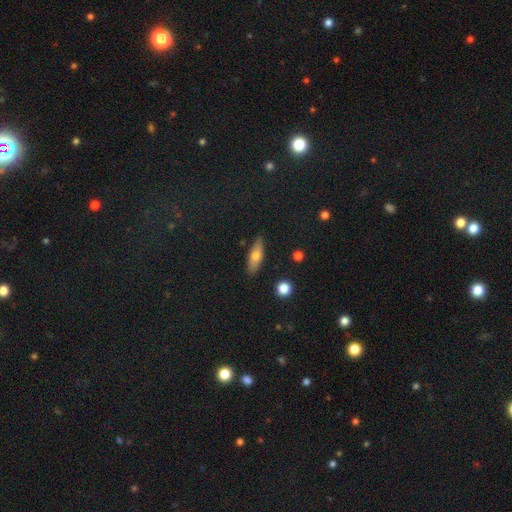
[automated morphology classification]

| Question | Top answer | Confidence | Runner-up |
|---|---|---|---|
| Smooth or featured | smooth | 61% | featured or disk (31%) |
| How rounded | in between | 55% | cigar-shaped (41%) |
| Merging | none | 87% | minor disturbance (10%) |